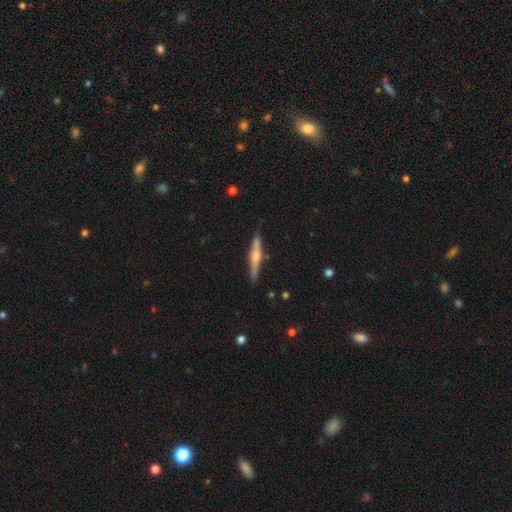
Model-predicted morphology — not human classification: smooth-or-featured: featured or disk: 63% | smooth: 31% | star or artifact: 6%
  disk-edge-on: yes: 97% | no: 3%
    edge-on-bulge: rounded: 80% | boxy: 10% | none: 9%
  merging: none: 86% | minor disturbance: 11% | major disturbance: 2% | merger: 2%